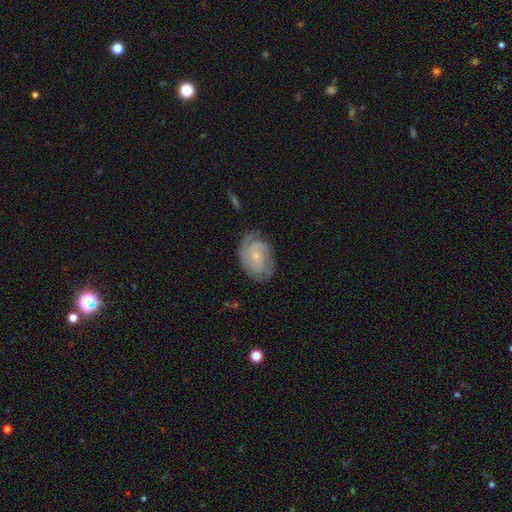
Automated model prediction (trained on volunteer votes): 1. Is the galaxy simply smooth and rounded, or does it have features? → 73% featured or disk, 21% smooth, 6% star or artifact.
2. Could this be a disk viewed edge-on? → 97% no, 3% yes.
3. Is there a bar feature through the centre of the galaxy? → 63% no, 32% weak, 5% strong.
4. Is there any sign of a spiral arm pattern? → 92% yes, 8% no.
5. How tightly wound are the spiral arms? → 52% tight, 35% medium, 12% loose.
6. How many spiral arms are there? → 43% 2, 28% can't tell, 14% 3, 7% 1, 4% 4, 3% more than 4.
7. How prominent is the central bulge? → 74% small, 22% moderate, 3% none, 1% large, 1% dominant.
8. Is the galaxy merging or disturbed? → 71% none, 21% minor disturbance, 7% major disturbance, 1% merger.